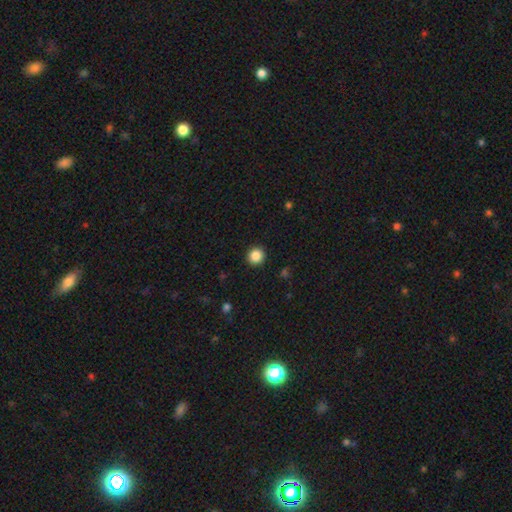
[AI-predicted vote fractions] Smooth or featured? Predicted: smooth (p=0.87). How rounded? Predicted: round (p=0.93). Merging? Predicted: none (p=0.92).